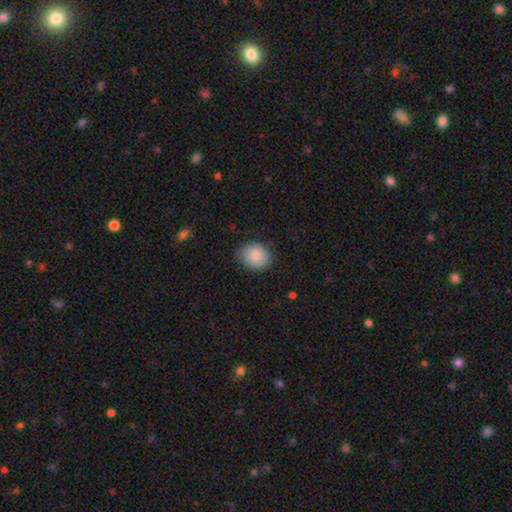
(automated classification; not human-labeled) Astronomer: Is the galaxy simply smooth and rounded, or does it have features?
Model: smooth — 85%.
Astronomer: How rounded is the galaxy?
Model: round — 61% (runner-up: in between, 38%).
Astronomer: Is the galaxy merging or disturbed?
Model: none — 80%.